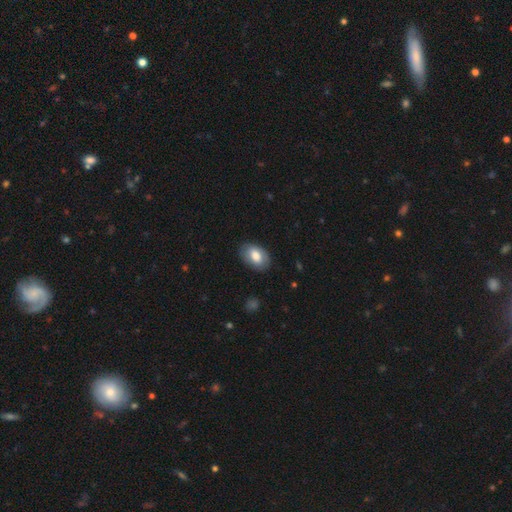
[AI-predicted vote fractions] Smooth or featured: smooth — 78% (featured or disk — 16%)
How rounded: in between — 90% (round — 9%)
Merging: none — 84% (minor disturbance — 12%)